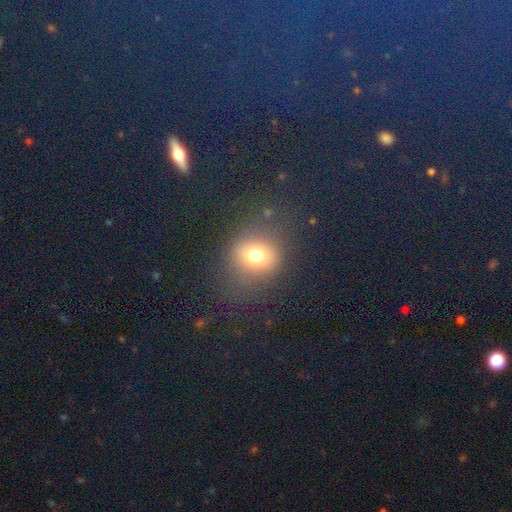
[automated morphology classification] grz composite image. It shows a smooth galaxy with no disk features (73%) that is round (69%). Merging: none (77%).